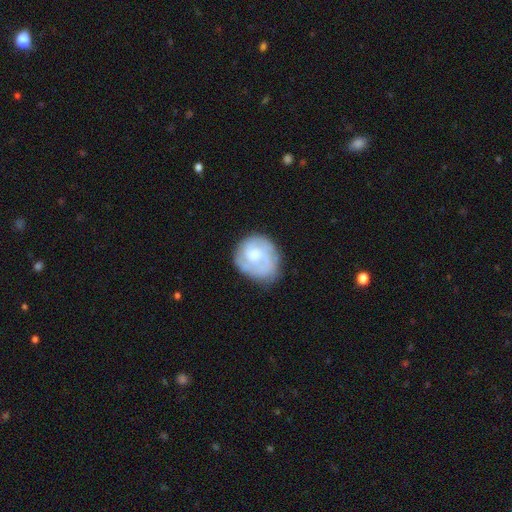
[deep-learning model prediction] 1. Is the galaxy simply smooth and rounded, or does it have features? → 56% featured or disk, 37% smooth, 7% star or artifact.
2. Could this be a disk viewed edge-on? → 98% no, 2% yes.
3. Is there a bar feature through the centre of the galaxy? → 73% no, 23% weak, 4% strong.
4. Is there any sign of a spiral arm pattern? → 73% yes, 27% no.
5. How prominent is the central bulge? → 43% moderate, 20% small, 19% large, 15% none, 2% dominant.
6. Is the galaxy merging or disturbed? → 63% none, 23% minor disturbance, 11% major disturbance, 2% merger.